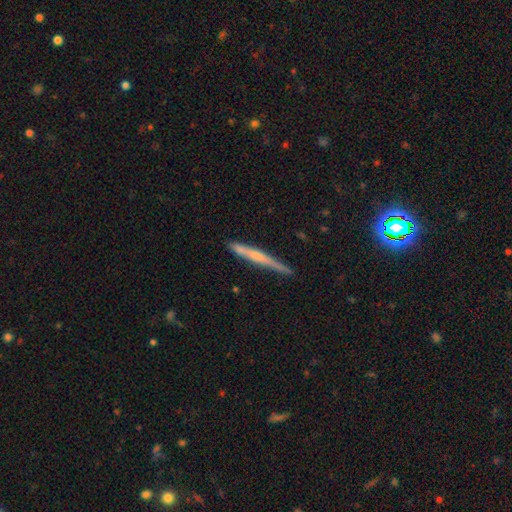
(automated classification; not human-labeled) This is possibly a featured or disk galaxy (55%). It is clearly viewed edge-on (97%). Edge-on bulge: possibly none (46%). Merging: clearly none (81%).